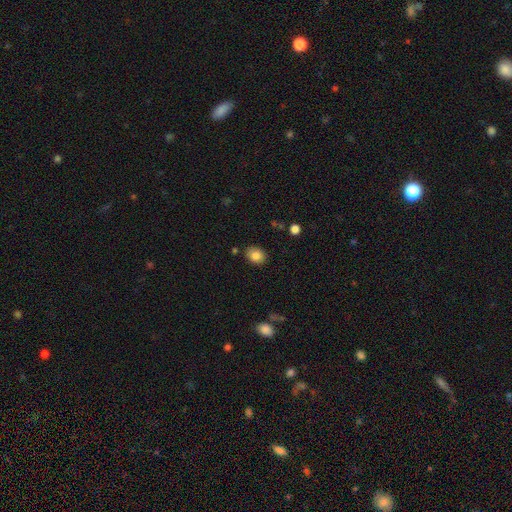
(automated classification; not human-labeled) A smooth galaxy with no disk features (83%) that is in between round and cigar-shaped (52%). Merging: none (85%).